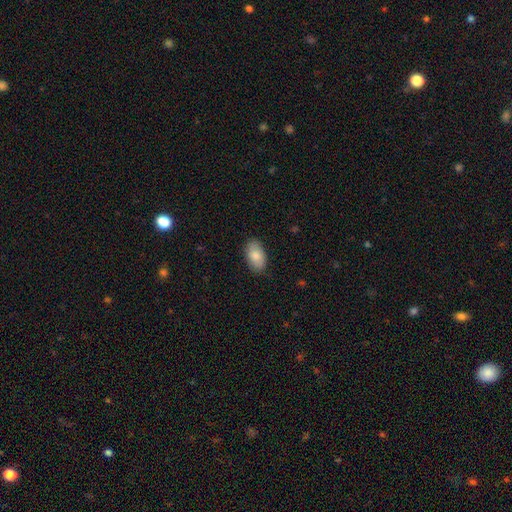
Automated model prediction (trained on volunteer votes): Q: Smooth or featured?
A: smooth (83%); runner-up: featured or disk (11%)
Q: How rounded?
A: in between (94%); runner-up: round (5%)
Q: Merging?
A: none (85%); runner-up: minor disturbance (11%)